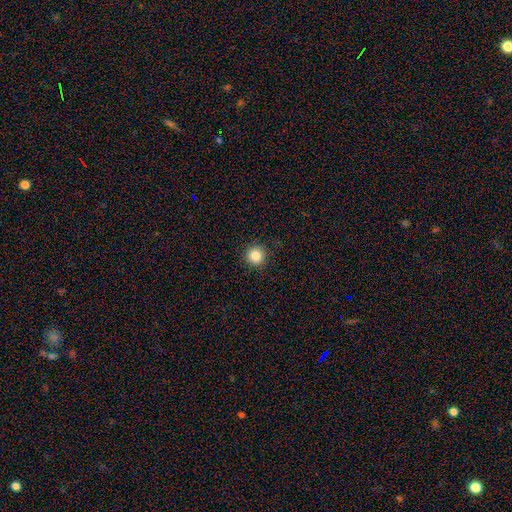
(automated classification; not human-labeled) A smooth galaxy with no disk features (84%) that is round (95%).

Vote fractions:
- Smooth or featured? smooth: 84% / star or artifact: 11% / featured or disk: 5%
- How rounded? round: 95% / in between: 4% / cigar-shaped: 1%
- Merging? none: 92% / minor disturbance: 5% / major disturbance: 2% / merger: 1%